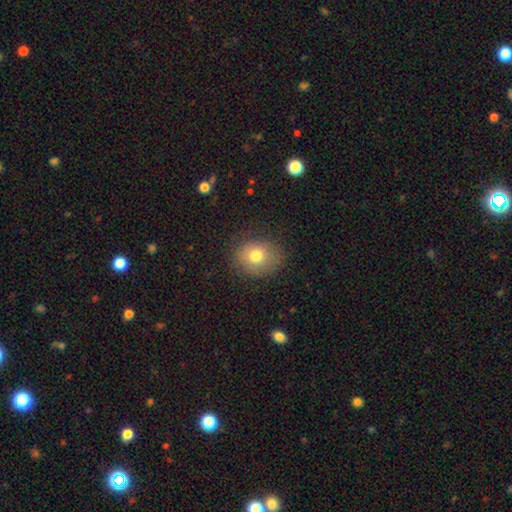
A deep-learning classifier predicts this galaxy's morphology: Smooth or featured? Predicted: smooth (p=0.76). How rounded? Predicted: round (p=0.64). Merging? Predicted: none (p=0.80).